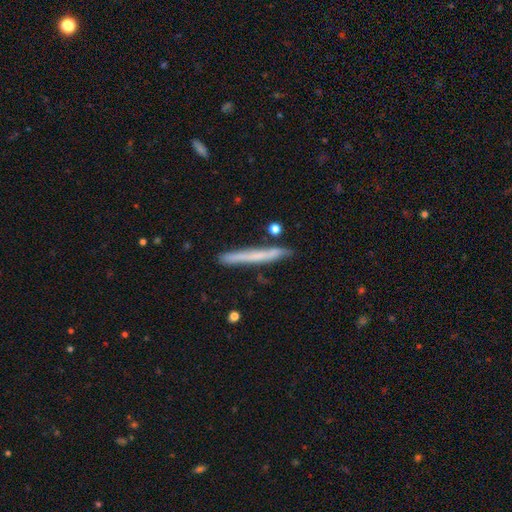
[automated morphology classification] Overall: smooth (56%; featured or disk 37%). How rounded: cigar-shaped (97%). Merging: none (85%).